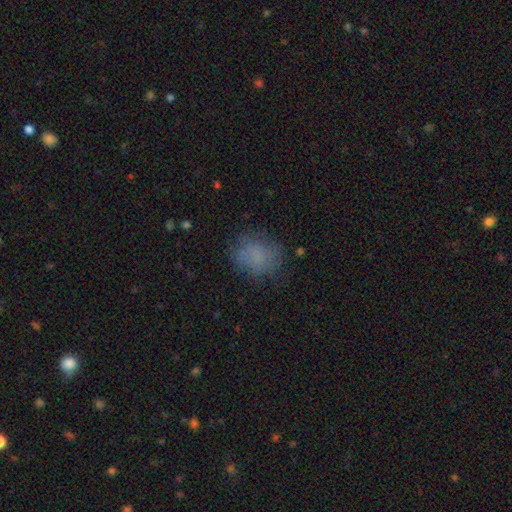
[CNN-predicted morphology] Overall: smooth (73%). How rounded: round (57%; in between 42%). Merging: none (71%).